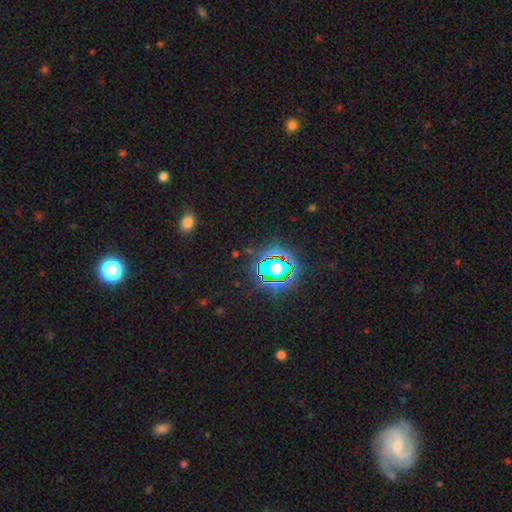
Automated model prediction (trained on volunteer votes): smooth-or-featured: star or artifact: 77% | smooth: 13% | featured or disk: 10%